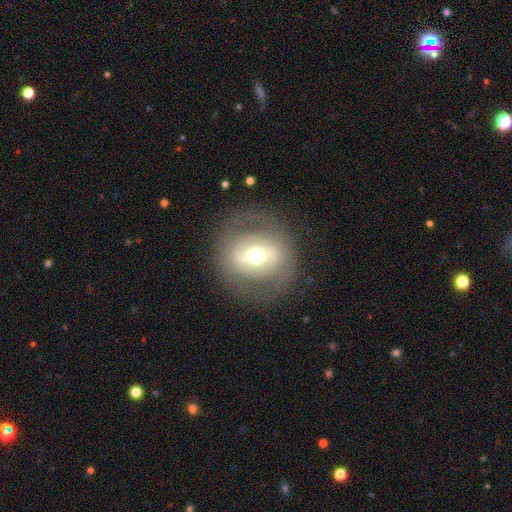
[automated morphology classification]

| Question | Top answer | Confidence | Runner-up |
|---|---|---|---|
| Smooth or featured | featured or disk | 55% | smooth (37%) |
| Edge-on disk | no | 91% | yes (9%) |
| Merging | none | 79% | minor disturbance (11%) |